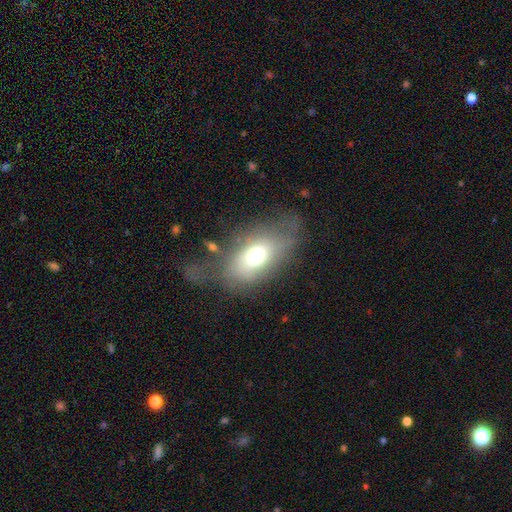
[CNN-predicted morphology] Smooth or featured? Predicted: smooth (p=0.63). How rounded? Predicted: in between (p=0.81). Merging? Predicted: none (p=0.42).